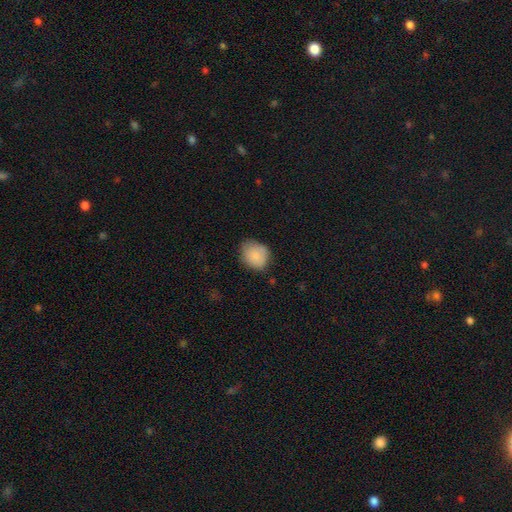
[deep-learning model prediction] A smooth galaxy with no disk features (85%) that is round (56%). Merging: none (67%).